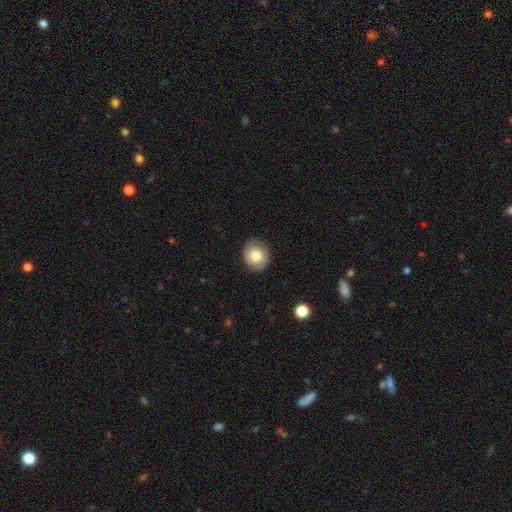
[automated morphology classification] Smooth or featured?
  - smooth: 74% *
  - featured or disk: 18%
  - star or artifact: 8%
How rounded?
  - round: 75% *
  - in between: 24%
  - cigar-shaped: 1%
Merging?
  - none: 84% *
  - minor disturbance: 12%
  - major disturbance: 3%
  - merger: 1%